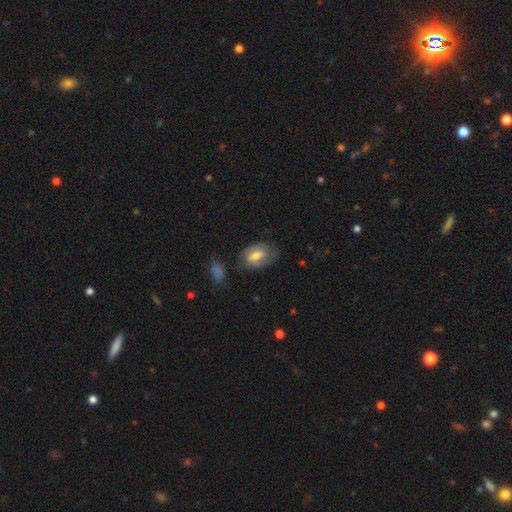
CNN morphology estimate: Smooth or featured: smooth — 56% (featured or disk — 37%)
How rounded: in between — 85% (round — 12%)
Merging: none — 64% (minor disturbance — 24%)